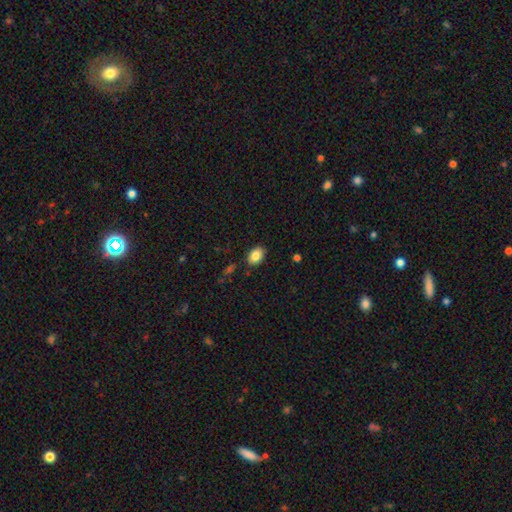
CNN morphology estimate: A smooth galaxy with no disk features (85%) that is in between round and cigar-shaped (83%). Merging: none (87%).